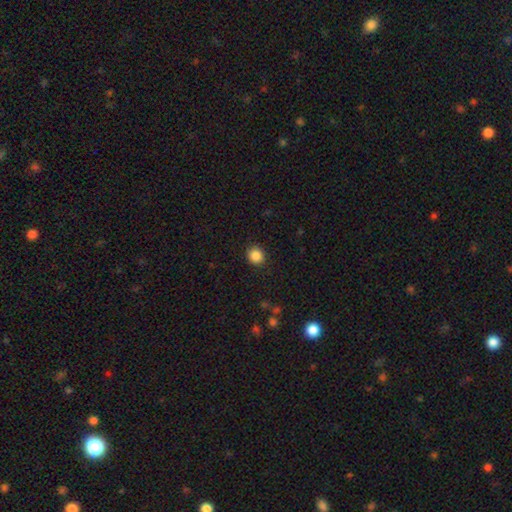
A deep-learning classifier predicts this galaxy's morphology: This appears to be a smooth galaxy with no disk features (87%) that is round (86%). Merging: none (89%).